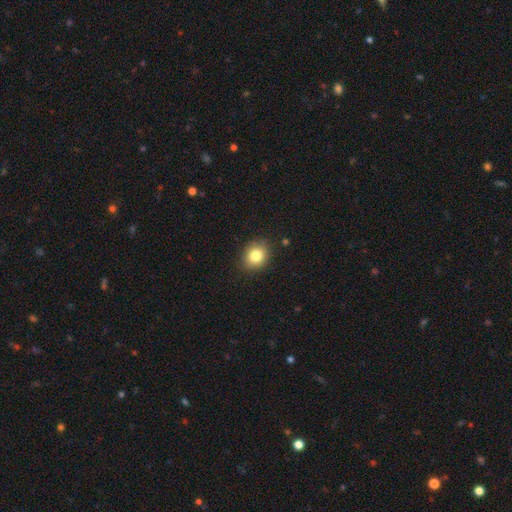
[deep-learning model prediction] The model was most divided on "how rounded": round: 64%, in between: 36%, cigar-shaped: 1%. More confident: merging — none (86%); smooth or featured — smooth (81%).